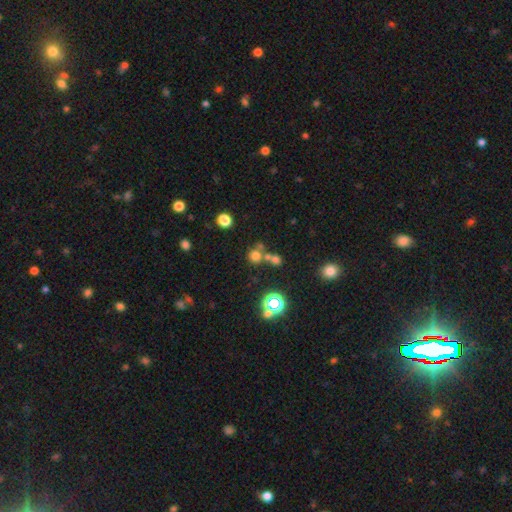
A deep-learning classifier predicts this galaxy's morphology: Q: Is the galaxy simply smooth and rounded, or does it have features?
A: smooth — 64%.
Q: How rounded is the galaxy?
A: round — 89%.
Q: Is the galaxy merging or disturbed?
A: none — 57%.